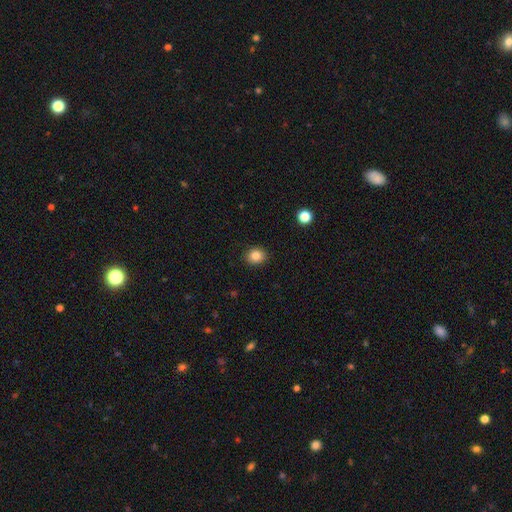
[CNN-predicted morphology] smooth_or_featured: smooth (p=0.85) [alt: star or artifact p=0.10]
how_rounded: round (p=0.69) [alt: in between p=0.30]
merging: none (p=0.90) [alt: minor disturbance p=0.07]